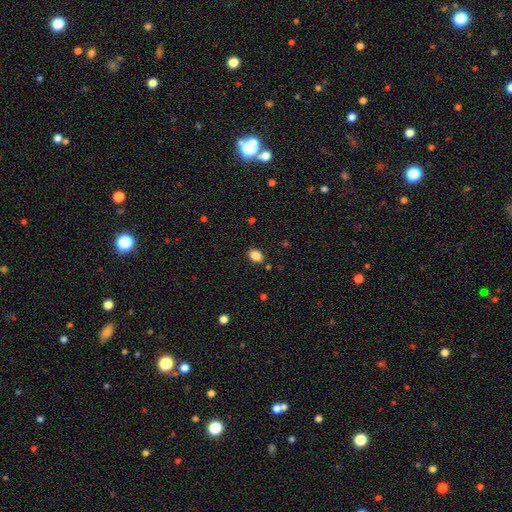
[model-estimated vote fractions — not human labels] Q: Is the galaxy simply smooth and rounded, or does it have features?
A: smooth — 87%.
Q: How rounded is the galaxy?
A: in between — 67%.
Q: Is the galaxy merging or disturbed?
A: none — 87%.